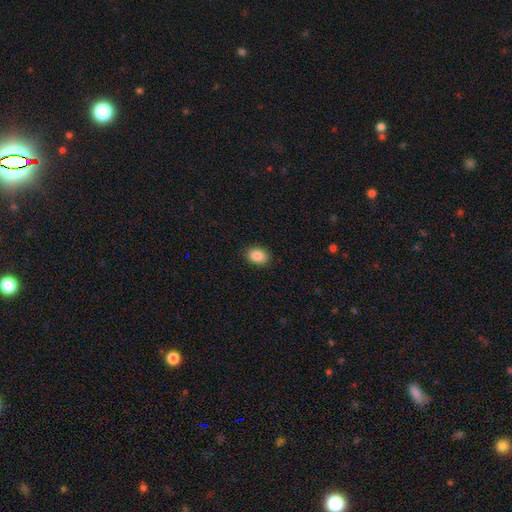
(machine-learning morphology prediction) This is clearly a smooth galaxy (88%). How rounded: likely in between (72%). Merging: clearly none (88%).